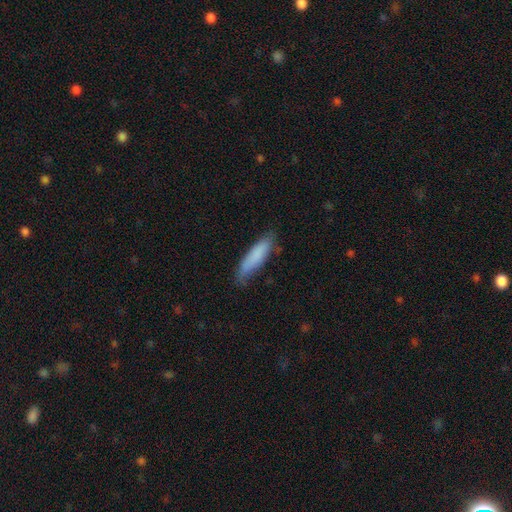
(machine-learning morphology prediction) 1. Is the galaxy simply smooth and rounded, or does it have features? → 82% smooth, 12% featured or disk, 6% star or artifact.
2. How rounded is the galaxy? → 72% cigar-shaped, 27% in between, 1% round.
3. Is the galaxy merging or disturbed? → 73% none, 22% minor disturbance, 4% major disturbance, 2% merger.